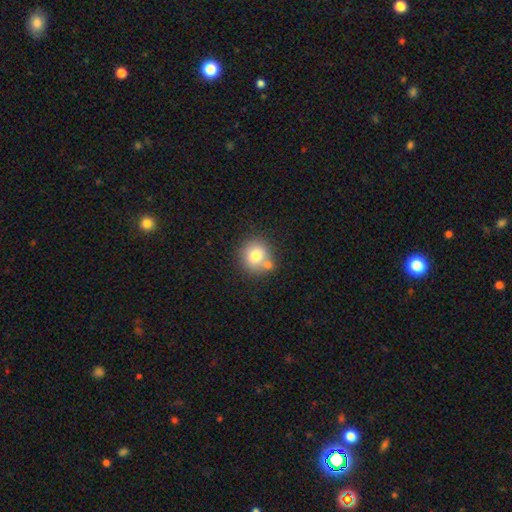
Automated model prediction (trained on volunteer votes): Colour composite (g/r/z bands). It shows a smooth galaxy with no disk features (77%) that is round (87%). Merging: none (63%).